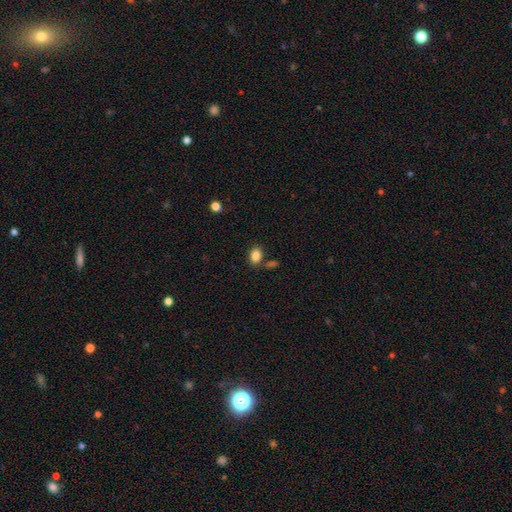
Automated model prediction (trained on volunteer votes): smooth 85%, star or artifact 9%, featured or disk 6%. Down the decision tree: how rounded — in between (77%); merging — none (75%).